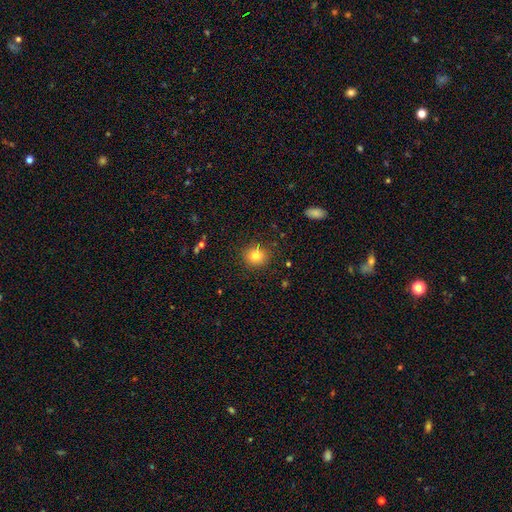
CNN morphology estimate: smooth-or-featured: smooth: 81% | star or artifact: 12% | featured or disk: 7%
  how-rounded: round: 86% | in between: 13% | cigar-shaped: 1%
  merging: none: 89% | minor disturbance: 8% | major disturbance: 2% | merger: 1%